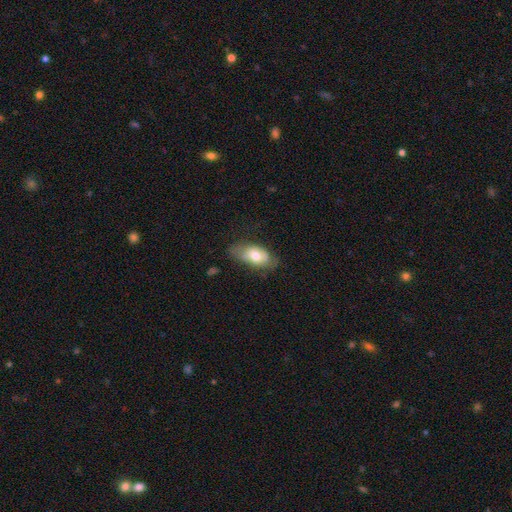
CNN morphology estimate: Smooth or featured?
  - smooth: 67% *
  - featured or disk: 27%
  - star or artifact: 7%
How rounded?
  - in between: 90% *
  - round: 5%
  - cigar-shaped: 5%
Merging?
  - none: 57% *
  - minor disturbance: 30%
  - major disturbance: 11%
  - merger: 2%